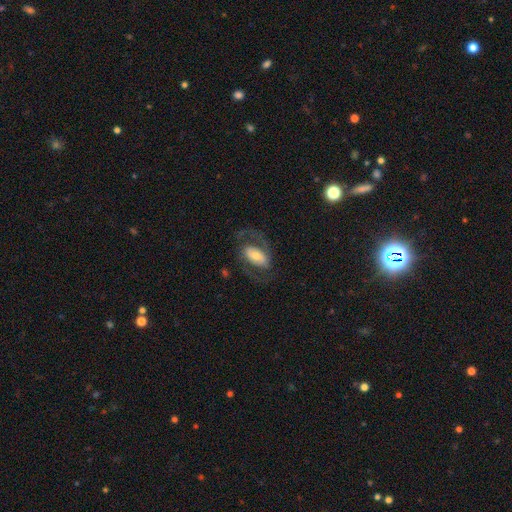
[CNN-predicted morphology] Overall: featured or disk (60%; smooth 33%). Edge-on disk: no (94%). Bar: no (37%; strong 32%). Spiral arms: yes (74%). Bulge size: moderate (43%; small 35%). Merging: none (63%).